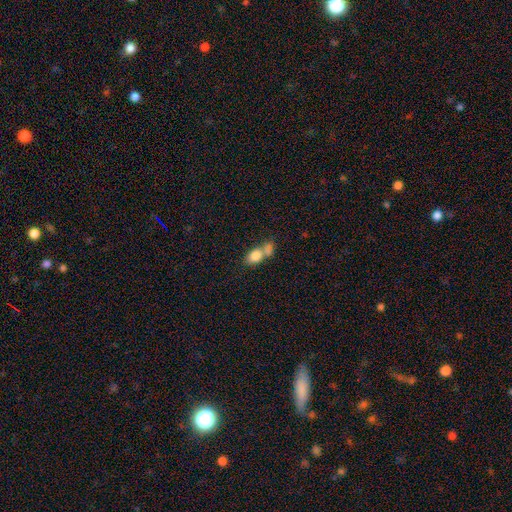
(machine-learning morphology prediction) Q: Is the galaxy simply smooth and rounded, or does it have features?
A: smooth — 79%.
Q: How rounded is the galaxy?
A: in between — 77%.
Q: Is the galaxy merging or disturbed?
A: merger — 57%.